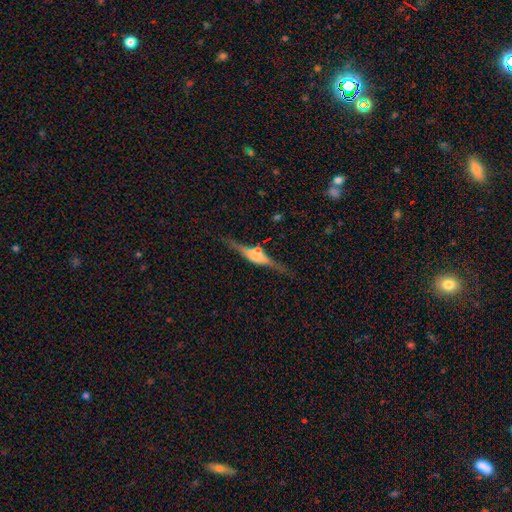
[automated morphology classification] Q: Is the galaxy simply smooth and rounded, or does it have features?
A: featured or disk — 78%.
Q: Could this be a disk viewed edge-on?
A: yes — 96%.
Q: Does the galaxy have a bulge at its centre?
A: rounded — 77%.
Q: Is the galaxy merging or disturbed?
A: none — 80%.